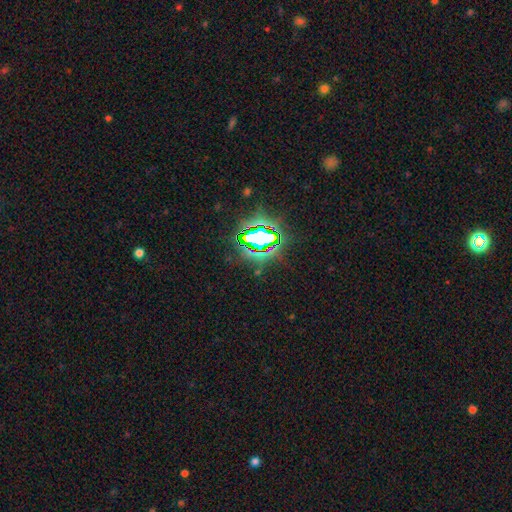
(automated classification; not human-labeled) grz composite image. It shows a star or artifact, not a galaxy (82%).